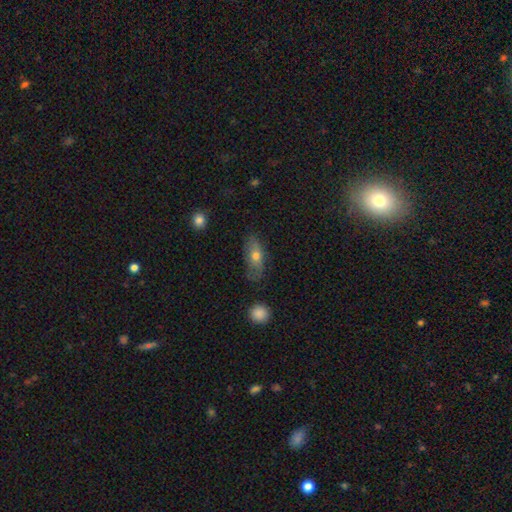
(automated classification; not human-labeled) smooth_or_featured: smooth (p=0.62) [alt: featured or disk p=0.30]
how_rounded: in between (p=0.78) [alt: cigar-shaped p=0.16]
merging: none (p=0.65) [alt: minor disturbance p=0.25]